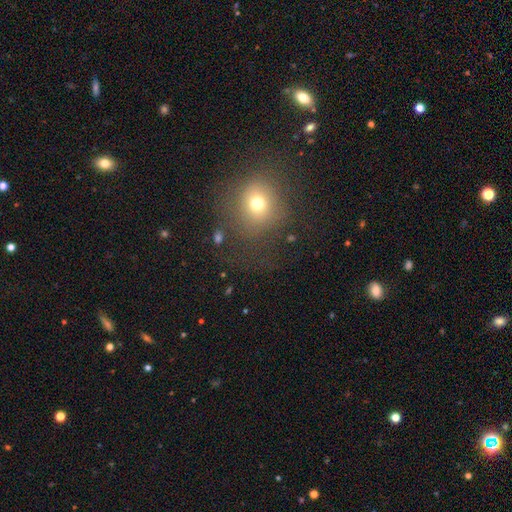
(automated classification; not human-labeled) This is likely a smooth galaxy (61%). How rounded: clearly round (81%). Merging: likely none (79%).